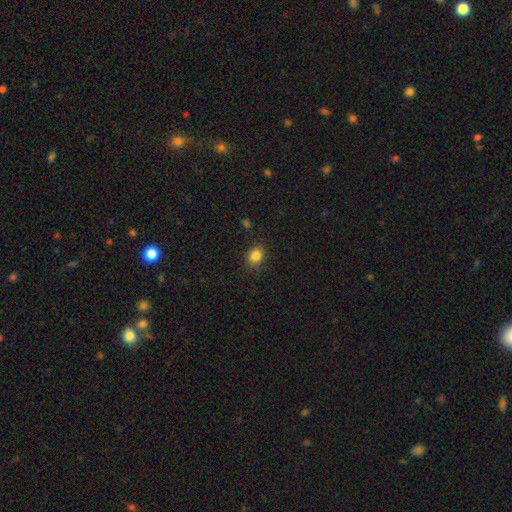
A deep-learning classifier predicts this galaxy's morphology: smooth-or-featured: smooth: 84% | star or artifact: 11% | featured or disk: 5%
  how-rounded: round: 52% | in between: 47% | cigar-shaped: 1%
  merging: none: 85% | minor disturbance: 10% | major disturbance: 3% | merger: 1%